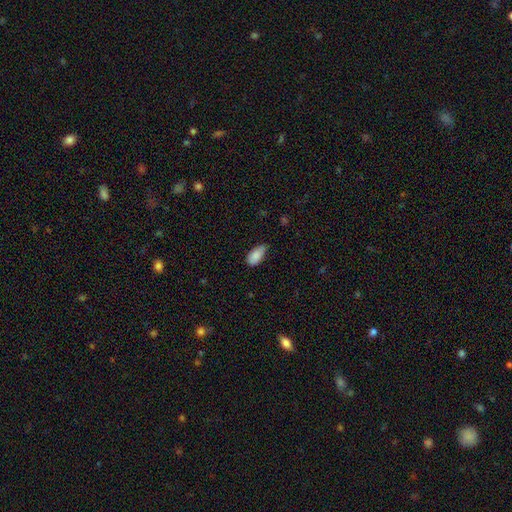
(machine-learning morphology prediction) The model was most divided on "merging": none: 54%, minor disturbance: 39%, major disturbance: 6%, merger: 2%. More confident: how rounded — in between (93%); smooth or featured — smooth (87%).